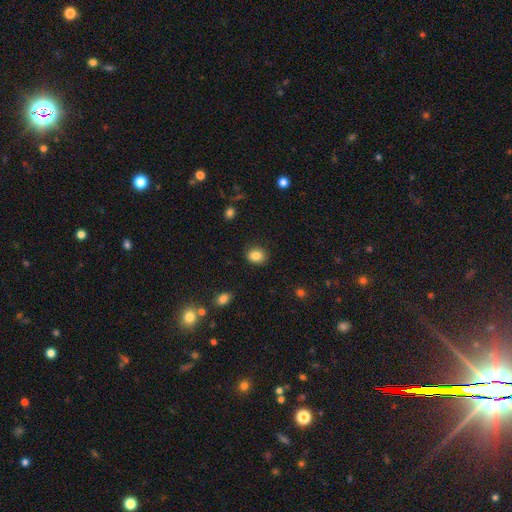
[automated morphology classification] This is clearly a smooth galaxy (85%). How rounded: possibly round (56%). Merging: clearly none (87%).